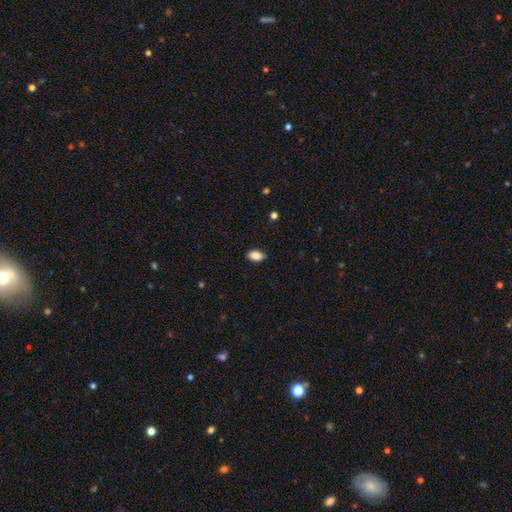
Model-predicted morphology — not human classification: type=smooth (87%); roundness=in between (89%); merging=none (84%).